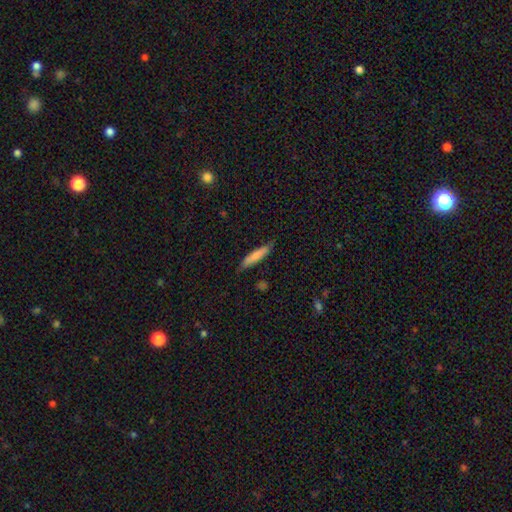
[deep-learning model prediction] Smooth or featured: smooth — 76% (featured or disk — 18%)
How rounded: cigar-shaped — 85% (in between — 13%)
Merging: none — 79% (minor disturbance — 17%)